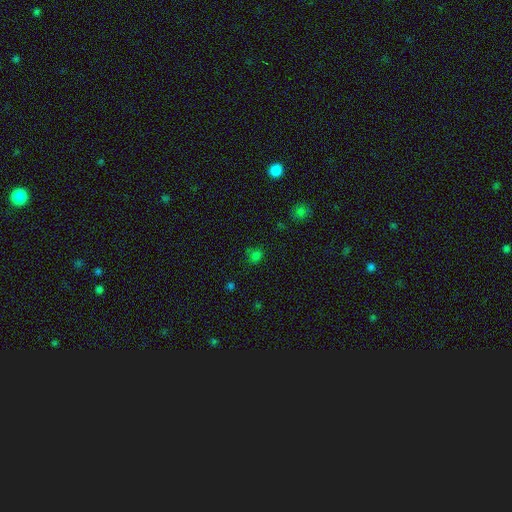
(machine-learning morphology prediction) A smooth galaxy with no disk features (66%) that is round (75%).

Vote fractions:
- Smooth or featured? smooth: 66% / star or artifact: 29% / featured or disk: 5%
- How rounded? round: 75% / in between: 24% / cigar-shaped: 1%
- Merging? none: 72% / minor disturbance: 17% / major disturbance: 6% / merger: 5%